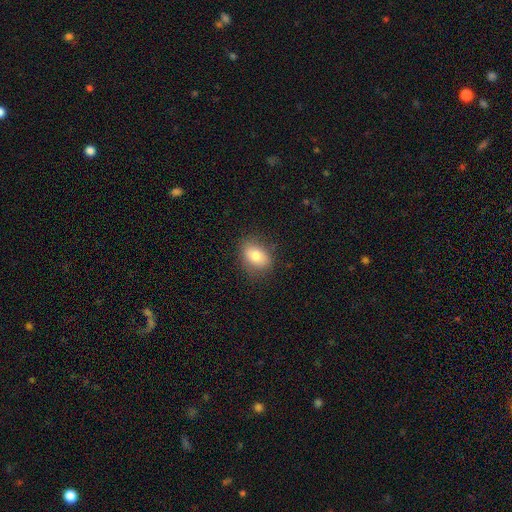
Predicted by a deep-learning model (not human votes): smooth-or-featured: smooth: 80% | featured or disk: 12% | star or artifact: 9%
  how-rounded: in between: 75% | round: 23% | cigar-shaped: 2%
  merging: none: 80% | minor disturbance: 15% | major disturbance: 4% | merger: 1%